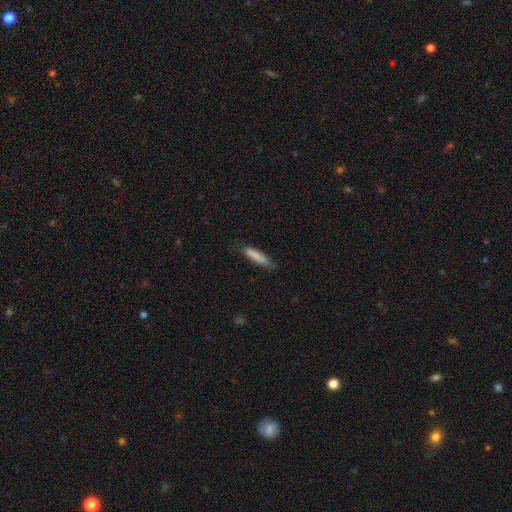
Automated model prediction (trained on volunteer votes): Overall: smooth (84%). How rounded: cigar-shaped (81%). Merging: none (75%).